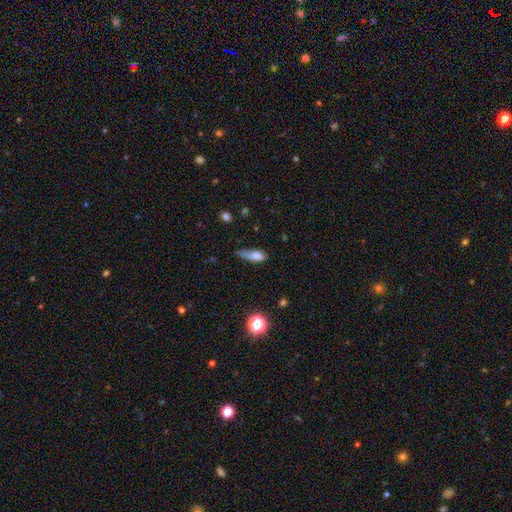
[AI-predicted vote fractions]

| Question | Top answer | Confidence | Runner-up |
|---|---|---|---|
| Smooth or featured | smooth | 75% | featured or disk (15%) |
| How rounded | in between | 64% | cigar-shaped (31%) |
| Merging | minor disturbance | 41% | none (30%) |